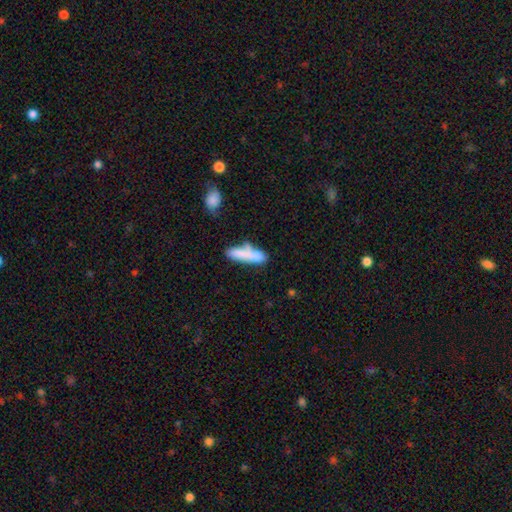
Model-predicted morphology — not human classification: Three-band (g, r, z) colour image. It shows a smooth galaxy with no disk features (74%) that is cigar-shaped (55%). Merging: merger (47%).